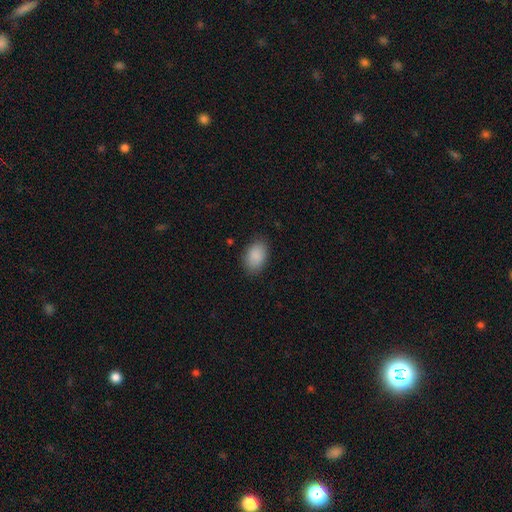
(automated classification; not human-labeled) A smooth galaxy with no disk features (89%) that is in between round and cigar-shaped (84%).

Vote fractions:
- Smooth or featured? smooth: 89% / star or artifact: 7% / featured or disk: 4%
- How rounded? in between: 84% / round: 15% / cigar-shaped: 1%
- Merging? none: 85% / minor disturbance: 11% / major disturbance: 3% / merger: 1%